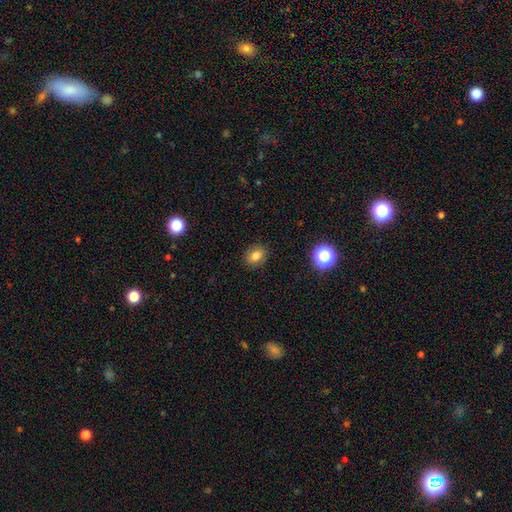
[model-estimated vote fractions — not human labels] Smooth or featured: smooth — 79% (star or artifact — 13%)
How rounded: in between — 56% (round — 43%)
Merging: none — 88% (minor disturbance — 9%)